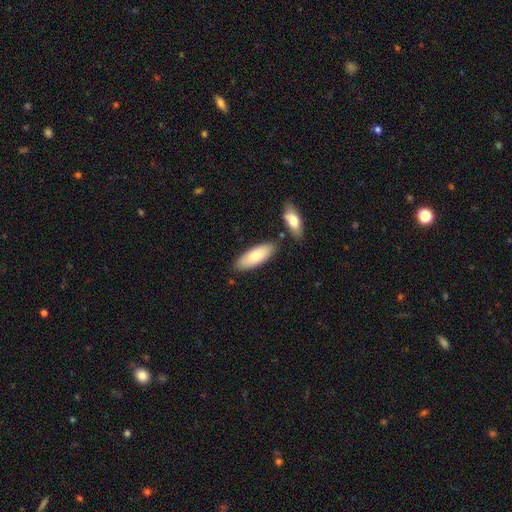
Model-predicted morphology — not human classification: A smooth galaxy with no disk features (80%) that is in between round and cigar-shaped (73%). Merging: none (79%).